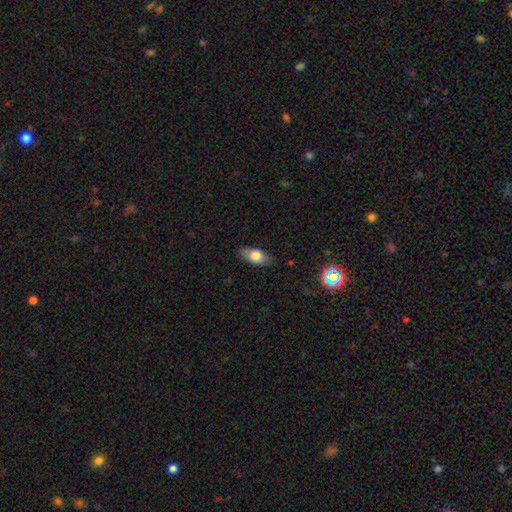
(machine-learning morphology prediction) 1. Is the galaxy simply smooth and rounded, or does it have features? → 74% smooth, 18% featured or disk, 8% star or artifact.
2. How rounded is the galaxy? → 87% in between, 8% cigar-shaped, 6% round.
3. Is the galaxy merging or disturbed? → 83% none, 13% minor disturbance, 3% major disturbance, 1% merger.